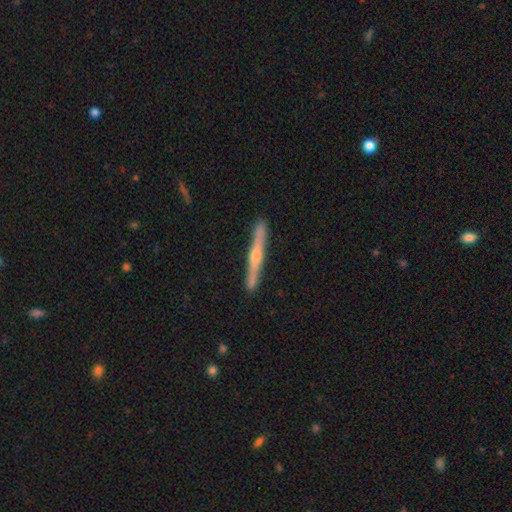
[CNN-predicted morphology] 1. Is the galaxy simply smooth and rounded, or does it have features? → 69% featured or disk, 25% smooth, 6% star or artifact.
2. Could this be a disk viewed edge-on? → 97% yes, 3% no.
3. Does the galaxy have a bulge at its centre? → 78% rounded, 16% none, 6% boxy.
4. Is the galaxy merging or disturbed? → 90% none, 7% minor disturbance, 1% major disturbance, 1% merger.